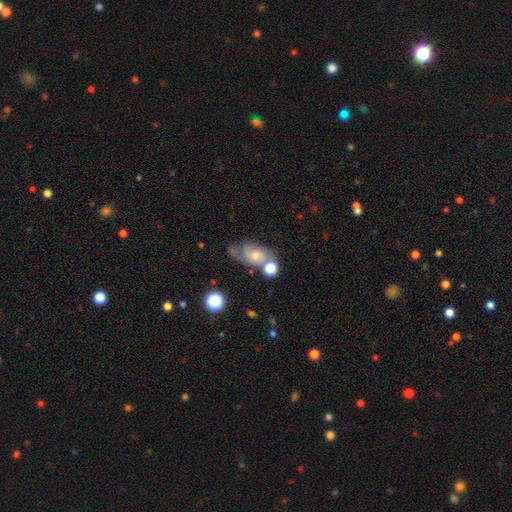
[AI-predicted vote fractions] Morphology: type=featured or disk (54%); edge-on=no (95%); bar=no (75%); spiral arms=yes (80%); bulge=small (49%); merging=none (39%).